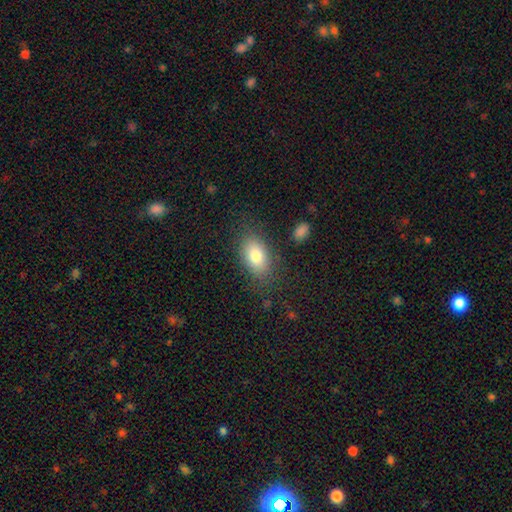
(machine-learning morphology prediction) The model was most divided on "merging": none: 80%, minor disturbance: 13%, major disturbance: 5%, merger: 2%. More confident: how rounded — in between (88%); smooth or featured — smooth (80%).